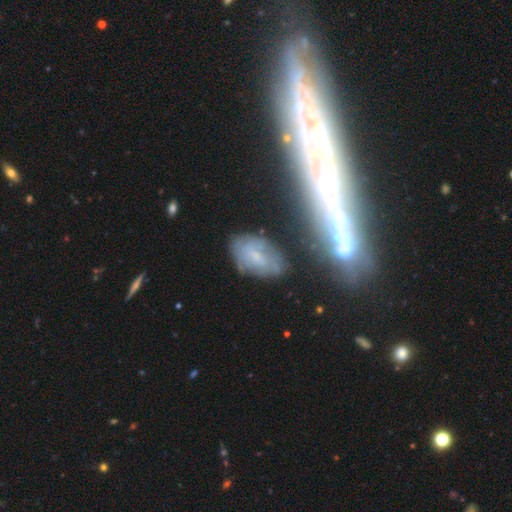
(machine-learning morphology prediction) This appears to be a featured or disk galaxy (51%). Merging: none (61%).